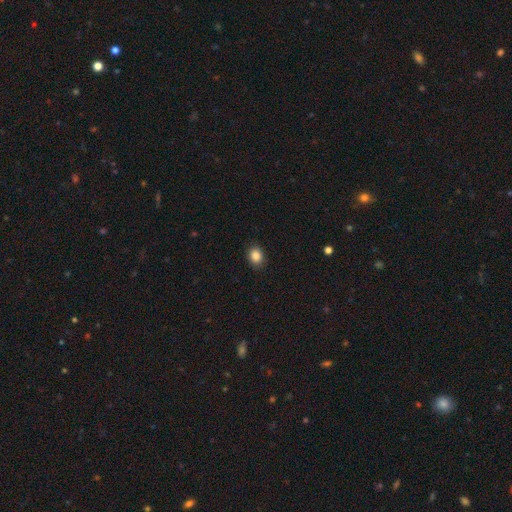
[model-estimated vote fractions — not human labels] Smooth or featured?
  - smooth: 86% *
  - star or artifact: 10%
  - featured or disk: 4%
How rounded?
  - round: 54% *
  - in between: 45%
  - cigar-shaped: 1%
Merging?
  - none: 90% *
  - minor disturbance: 7%
  - major disturbance: 2%
  - merger: 1%